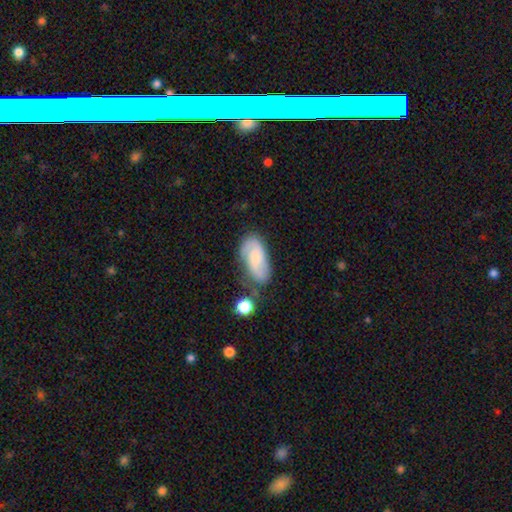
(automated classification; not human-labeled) This appears to be a featured or disk galaxy (56%) with no bar (63%), spiral arms (89%) and a small central bulge (53%). Merging: none (52%).